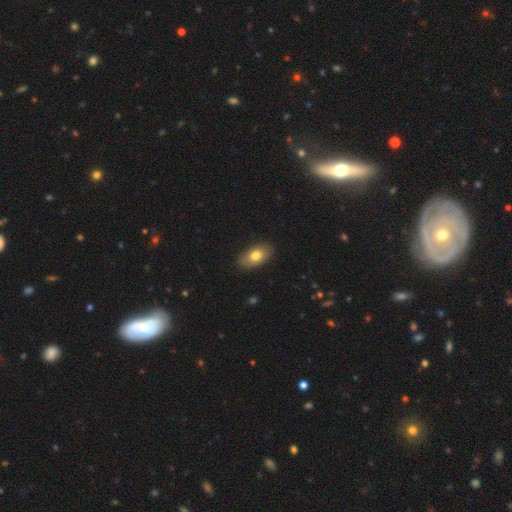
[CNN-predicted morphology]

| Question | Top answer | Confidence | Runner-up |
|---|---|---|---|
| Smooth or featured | smooth | 75% | featured or disk (18%) |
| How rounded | in between | 92% | round (6%) |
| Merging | none | 87% | minor disturbance (10%) |